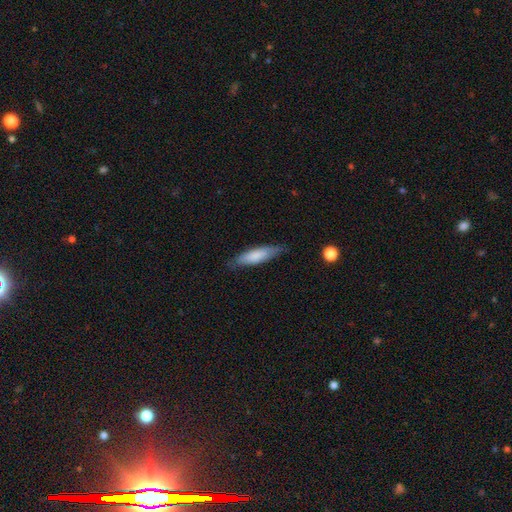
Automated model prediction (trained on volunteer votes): smooth 77%, featured or disk 17%, star or artifact 6%. Down the decision tree: how rounded — cigar-shaped (68%); merging — none (77%).